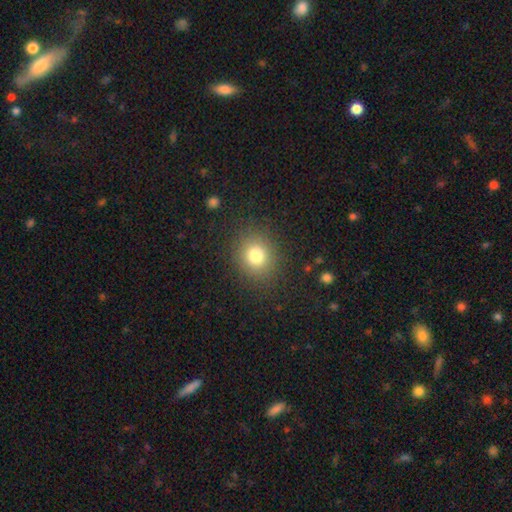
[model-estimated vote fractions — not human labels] This is likely a smooth galaxy (78%). How rounded: likely round (79%). Merging: clearly none (87%).